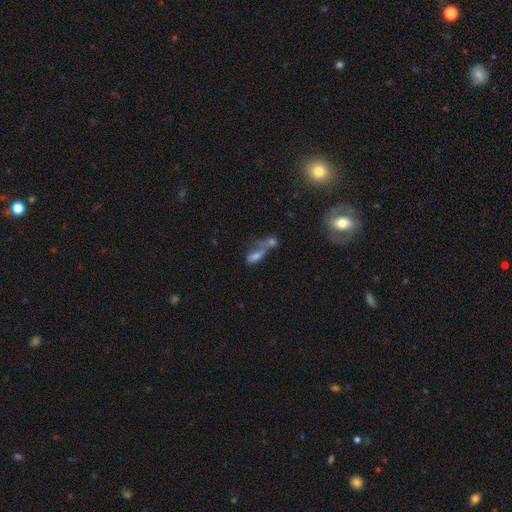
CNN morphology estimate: This is possibly a smooth galaxy (60%). How rounded: likely in between (69%). Merging: possibly merger (55%).